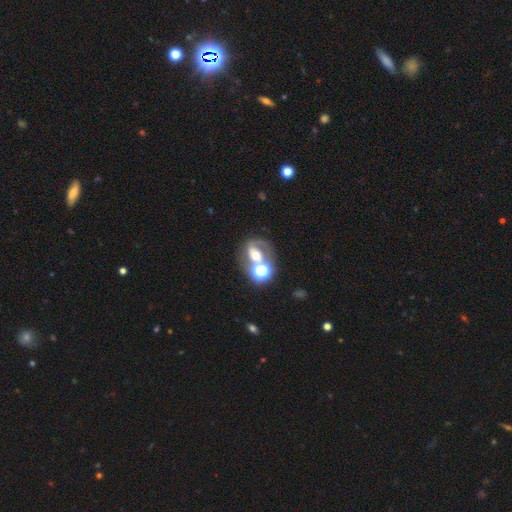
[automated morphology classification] type=featured or disk (56%); edge-on=no (96%); bar=no (44%); spiral arms=yes (63%); bulge=moderate (57%); merging=none (45%).